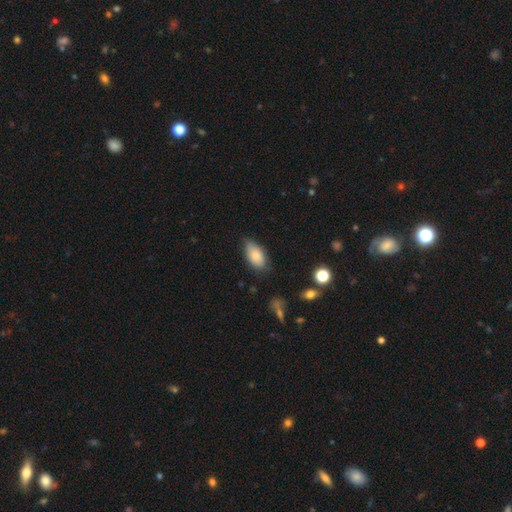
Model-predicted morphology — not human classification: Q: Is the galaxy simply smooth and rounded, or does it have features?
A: smooth — 83%.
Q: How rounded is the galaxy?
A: in between — 92%.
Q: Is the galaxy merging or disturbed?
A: none — 64%.